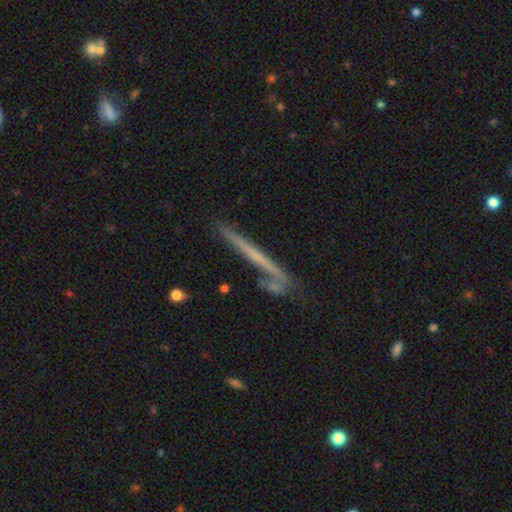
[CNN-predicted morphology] Overall: featured or disk (55%; smooth 38%). Edge-on disk: yes (94%). Edge-on bulge: none (84%). Merging: none (70%).